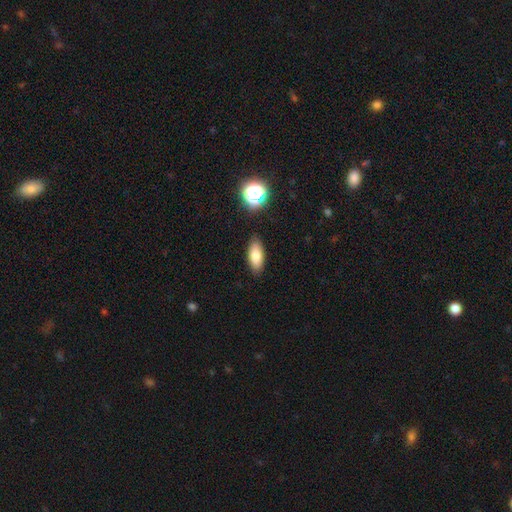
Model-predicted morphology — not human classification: Smooth or featured: smooth — 79% (featured or disk — 12%)
How rounded: in between — 84% (cigar-shaped — 13%)
Merging: none — 86% (minor disturbance — 10%)